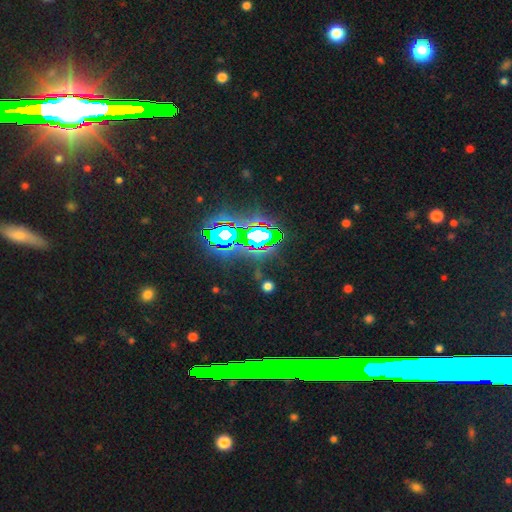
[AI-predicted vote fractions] Smooth or featured? star or artifact (78%)